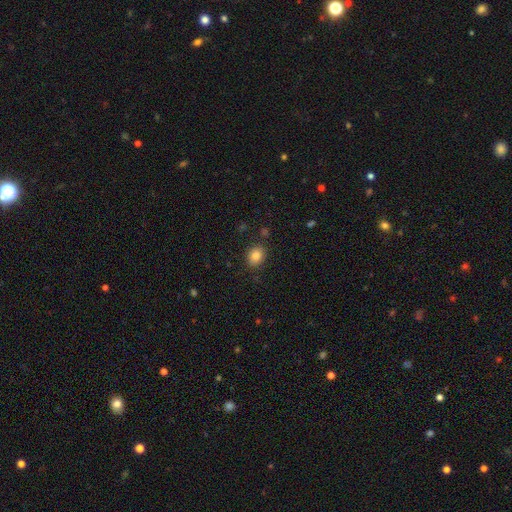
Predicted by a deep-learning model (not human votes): smooth_or_featured: smooth (p=0.83) [alt: star or artifact p=0.10]
how_rounded: round (p=0.50) [alt: in between p=0.49]
merging: none (p=0.86) [alt: minor disturbance p=0.10]